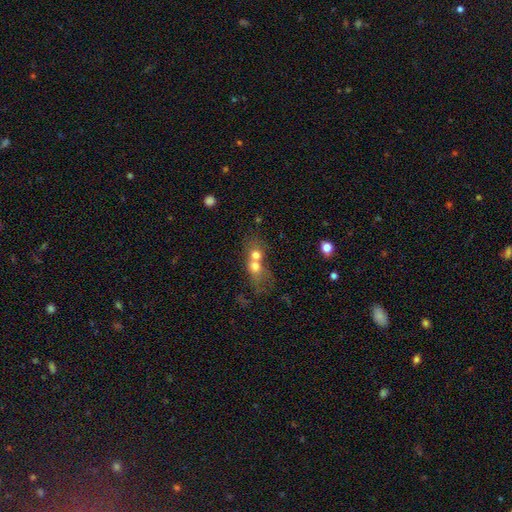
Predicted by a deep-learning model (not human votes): smooth-or-featured: smooth: 65% | featured or disk: 23% | star or artifact: 12%
  how-rounded: round: 60% | in between: 36% | cigar-shaped: 4%
  merging: merger: 72% | none: 18% | major disturbance: 5% | minor disturbance: 5%